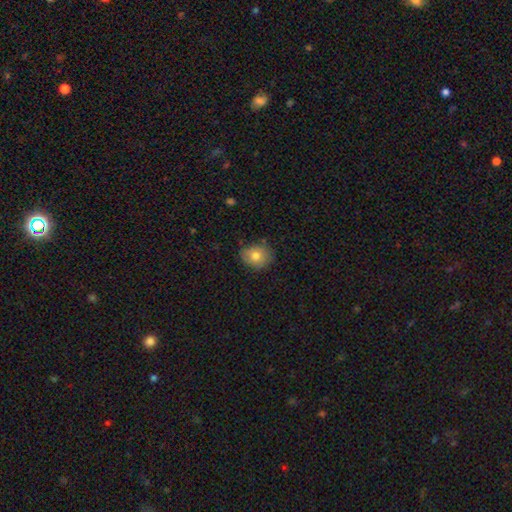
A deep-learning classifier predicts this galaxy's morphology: This appears to be a smooth galaxy with no disk features (78%) that is round (67%). Merging: none (73%).